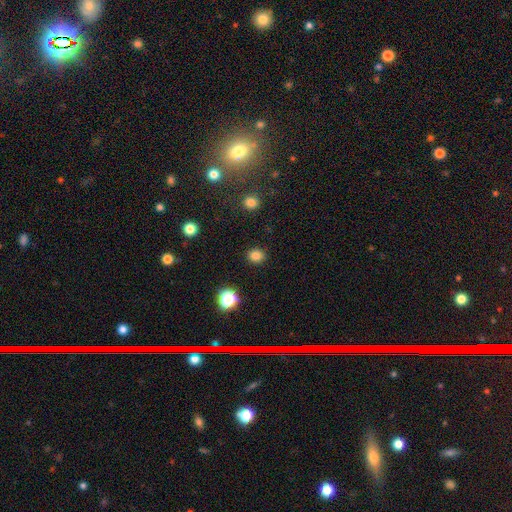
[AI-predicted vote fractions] Smooth or featured? Predicted: smooth (p=0.82). How rounded? Predicted: round (p=0.79). Merging? Predicted: none (p=0.90).